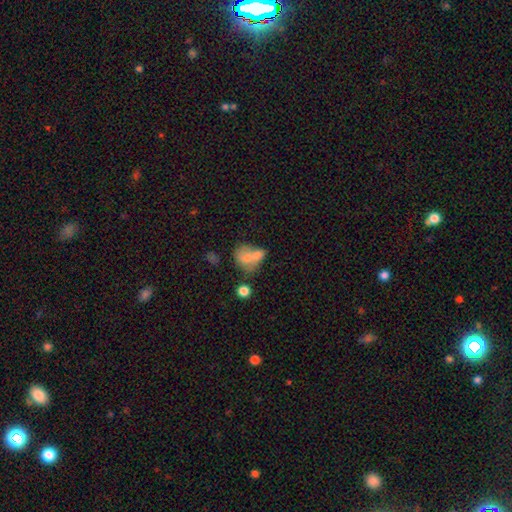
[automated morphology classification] smooth_or_featured: smooth (p=0.68) [alt: featured or disk p=0.21]
how_rounded: in between (p=0.59) [alt: round p=0.40]
merging: merger (p=0.55) [alt: none p=0.24]